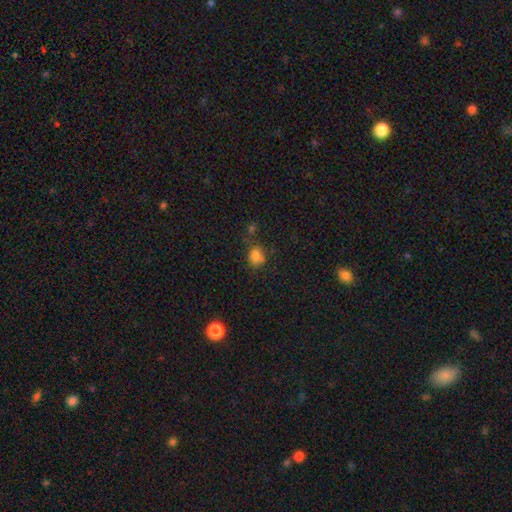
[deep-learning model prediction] smooth 78%, star or artifact 14%, featured or disk 7%. Down the decision tree: how rounded — in between (52%); merging — none (59%).